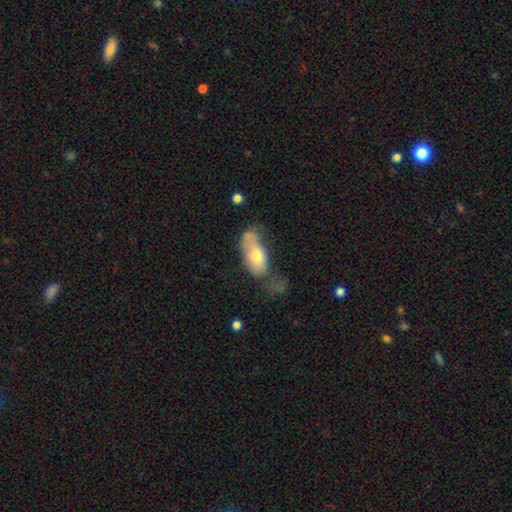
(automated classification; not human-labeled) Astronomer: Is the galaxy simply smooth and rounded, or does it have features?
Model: smooth — 65%.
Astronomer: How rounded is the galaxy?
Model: in between — 85%.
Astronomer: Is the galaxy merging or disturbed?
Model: major disturbance — 32% (runner-up: minor disturbance, 29%).